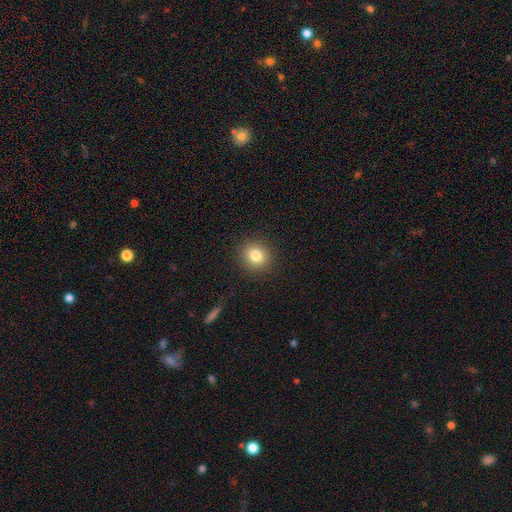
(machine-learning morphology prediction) Q: Smooth or featured?
A: smooth (81%); runner-up: star or artifact (11%)
Q: How rounded?
A: round (85%); runner-up: in between (14%)
Q: Merging?
A: none (90%); runner-up: minor disturbance (6%)